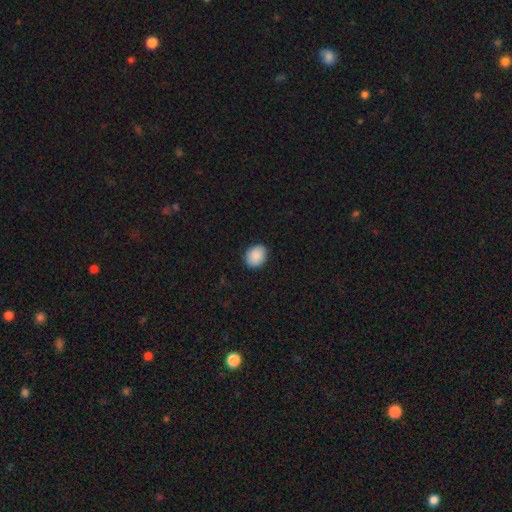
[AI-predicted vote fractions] Smooth or featured?
  - smooth: 90% *
  - star or artifact: 7%
  - featured or disk: 3%
How rounded?
  - round: 57% *
  - in between: 42%
  - cigar-shaped: 1%
Merging?
  - none: 87% *
  - minor disturbance: 10%
  - major disturbance: 2%
  - merger: 1%